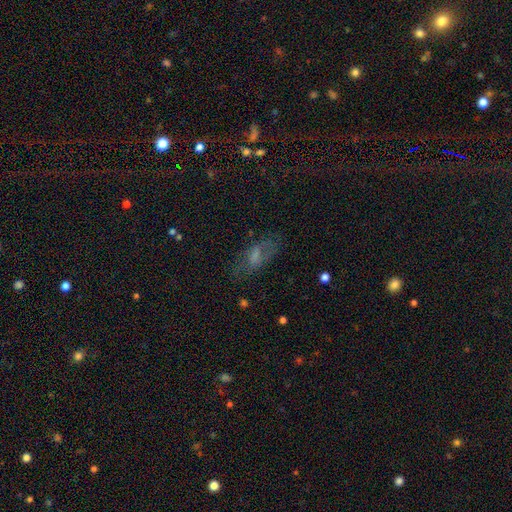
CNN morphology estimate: smooth_or_featured: smooth (p=0.49) [alt: featured or disk p=0.36]
merging: none (p=0.62) [alt: minor disturbance p=0.20]